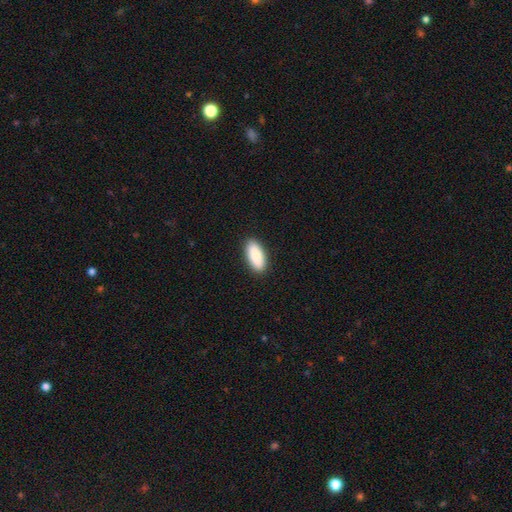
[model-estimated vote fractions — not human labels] smooth-or-featured: smooth: 89% | star or artifact: 6% | featured or disk: 5%
  how-rounded: in between: 86% | cigar-shaped: 12% | round: 2%
  merging: none: 90% | minor disturbance: 7% | major disturbance: 2% | merger: 1%